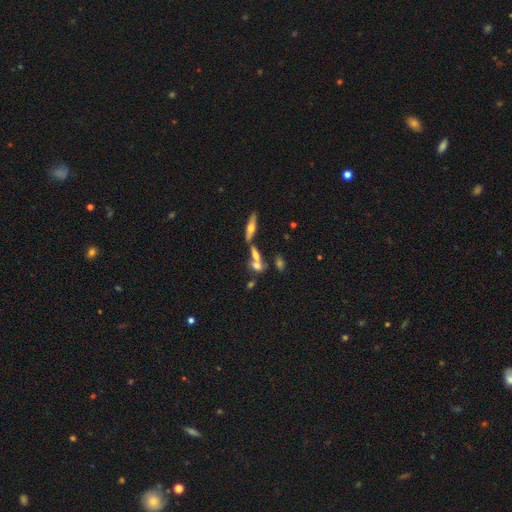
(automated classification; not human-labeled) A smooth galaxy with no disk features (49%). Merging: none (44%).